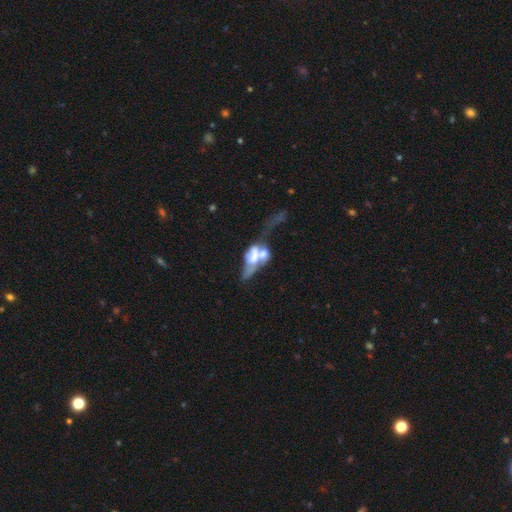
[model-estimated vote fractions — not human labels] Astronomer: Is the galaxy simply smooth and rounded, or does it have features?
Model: featured or disk — 52% (runner-up: smooth, 38%).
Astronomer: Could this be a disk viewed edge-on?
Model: no — 81%.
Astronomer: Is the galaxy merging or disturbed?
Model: merger — 61%.